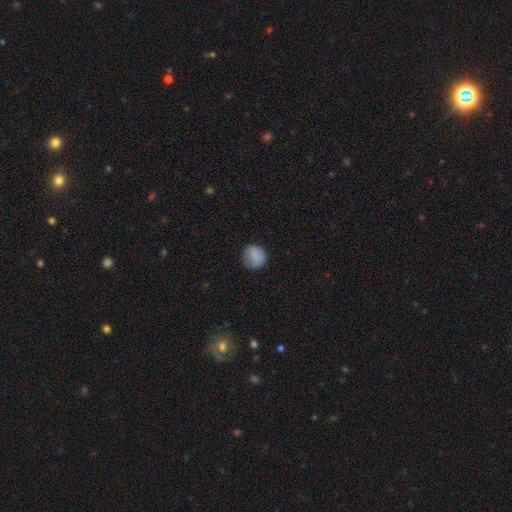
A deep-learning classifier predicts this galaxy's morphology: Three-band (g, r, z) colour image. It shows a smooth galaxy with no disk features (83%) that is round (81%). Merging: none (70%).